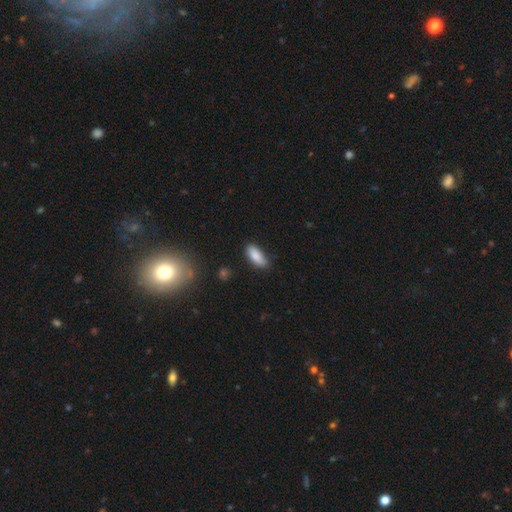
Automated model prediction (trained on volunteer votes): smooth-or-featured: smooth: 86% | star or artifact: 7% | featured or disk: 7%
  how-rounded: in between: 79% | cigar-shaped: 19% | round: 2%
  merging: none: 73% | minor disturbance: 21% | major disturbance: 4% | merger: 2%